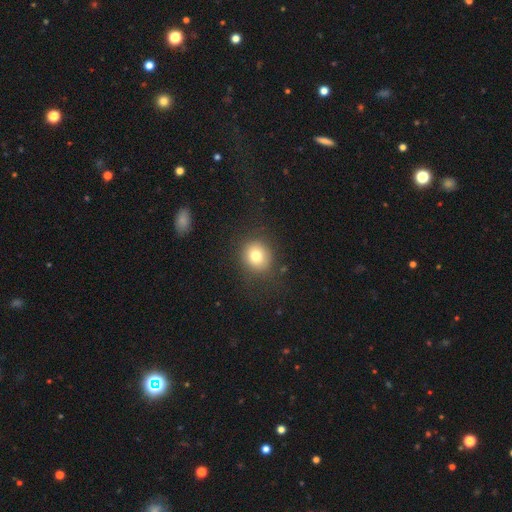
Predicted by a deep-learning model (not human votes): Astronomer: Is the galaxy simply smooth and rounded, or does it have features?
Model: smooth — 78%.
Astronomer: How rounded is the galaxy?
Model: round — 82%.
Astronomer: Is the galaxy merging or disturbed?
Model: none — 84%.